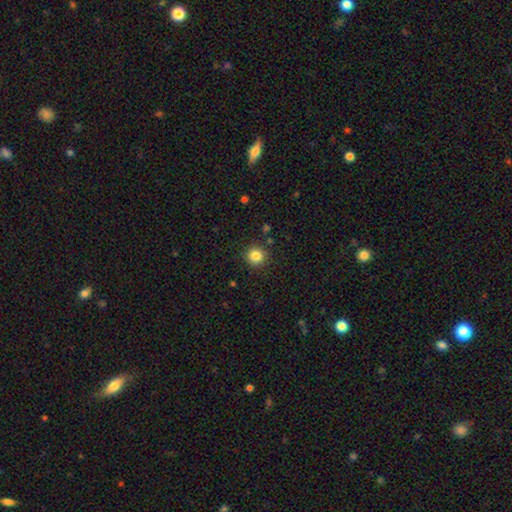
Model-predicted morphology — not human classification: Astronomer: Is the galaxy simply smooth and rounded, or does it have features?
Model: smooth — 84%.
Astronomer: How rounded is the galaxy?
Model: round — 94%.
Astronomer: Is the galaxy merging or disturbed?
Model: none — 91%.